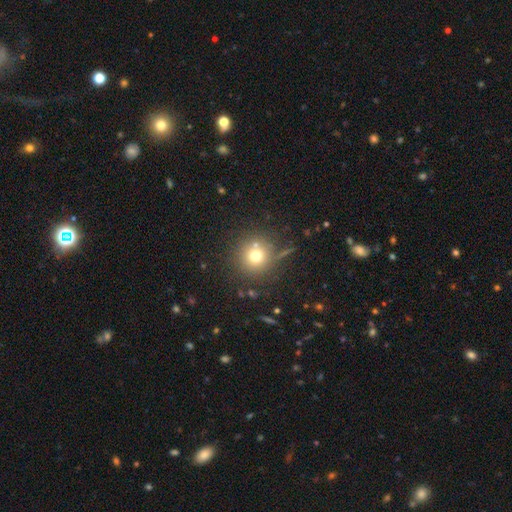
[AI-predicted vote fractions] Smooth or featured: smooth — 71% (star or artifact — 16%)
How rounded: round — 94% (in between — 5%)
Merging: none — 79% (minor disturbance — 9%)